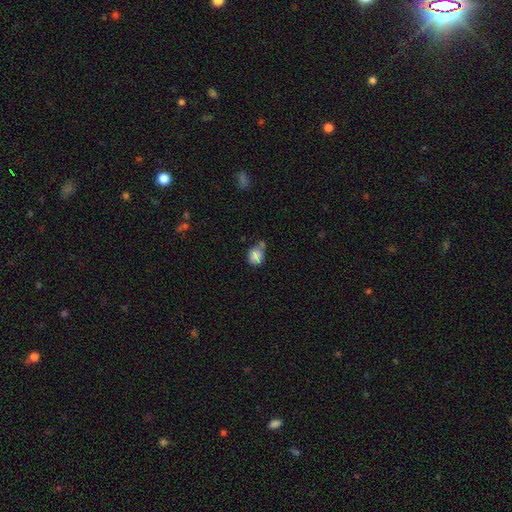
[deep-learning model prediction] Smooth or featured? smooth (81%)
How rounded? round (70%)
Merging? none (51%)